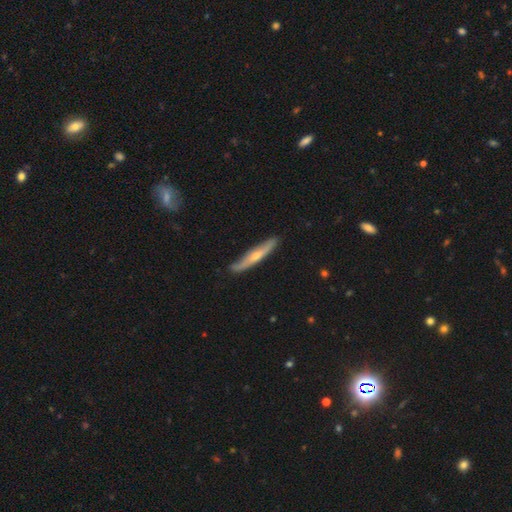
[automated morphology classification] smooth-or-featured: featured or disk: 58% | smooth: 37% | star or artifact: 5%
  disk-edge-on: yes: 87% | no: 13%
    edge-on-bulge: rounded: 80% | none: 17% | boxy: 4%
  merging: none: 80% | minor disturbance: 16% | major disturbance: 3% | merger: 2%